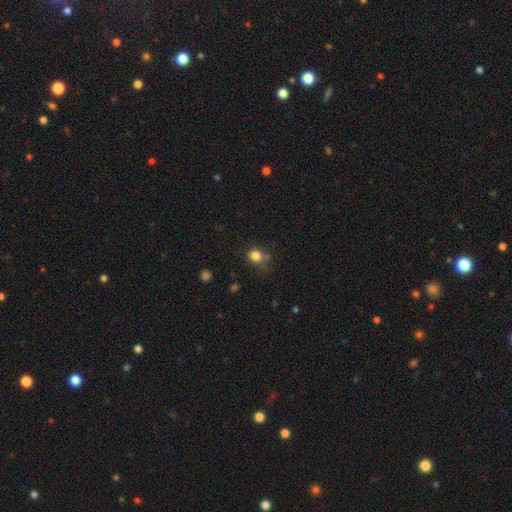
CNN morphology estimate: A smooth galaxy with no disk features (82%) that is round (86%).

Vote fractions:
- Smooth or featured? smooth: 82% / star or artifact: 12% / featured or disk: 5%
- How rounded? round: 86% / in between: 13% / cigar-shaped: 1%
- Merging? none: 65% / minor disturbance: 19% / merger: 9% / major disturbance: 7%